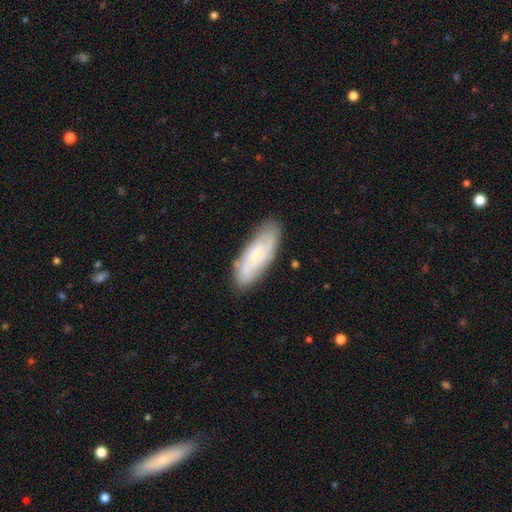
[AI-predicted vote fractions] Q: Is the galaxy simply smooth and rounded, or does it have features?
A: featured or disk — 52%.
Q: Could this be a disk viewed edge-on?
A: no — 84%.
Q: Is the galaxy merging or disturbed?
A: none — 81%.